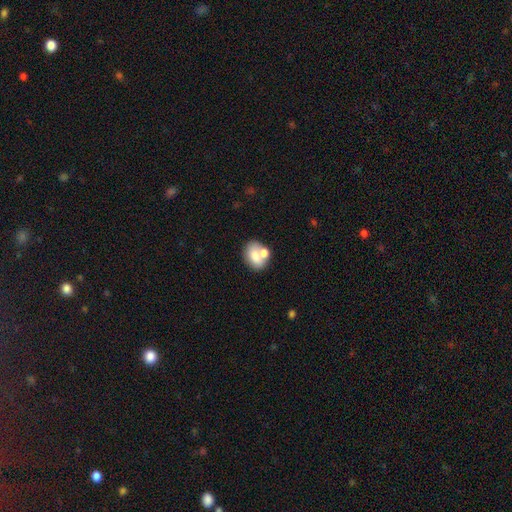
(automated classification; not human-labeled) Morphology: type=smooth (70%); roundness=in between (64%); merging=none (47%).